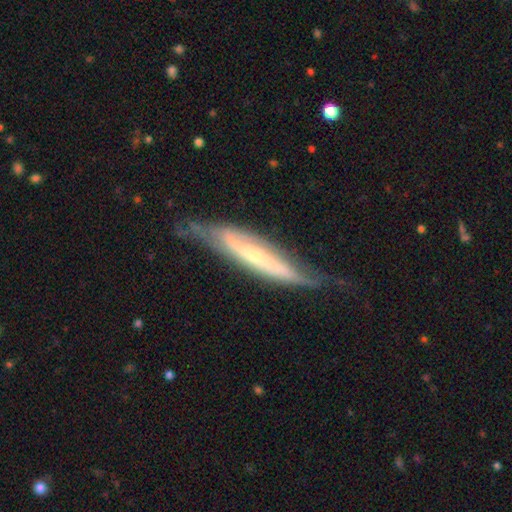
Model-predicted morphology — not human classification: type=featured or disk (74%); edge-on=yes (54%); merging=none (54%).